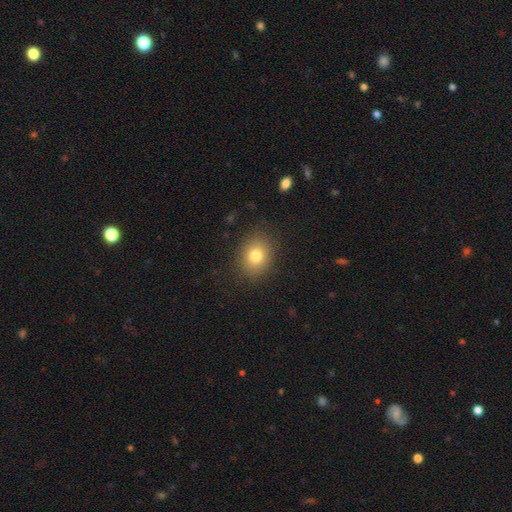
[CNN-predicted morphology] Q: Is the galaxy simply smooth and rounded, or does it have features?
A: smooth — 79%.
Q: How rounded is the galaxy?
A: round — 56%.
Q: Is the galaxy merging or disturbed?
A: none — 86%.